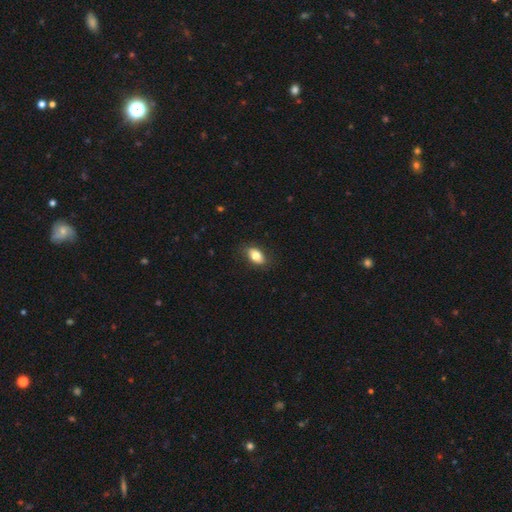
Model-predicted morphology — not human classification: A smooth galaxy with no disk features (79%) that is in between round and cigar-shaped (89%). Merging: none (85%).